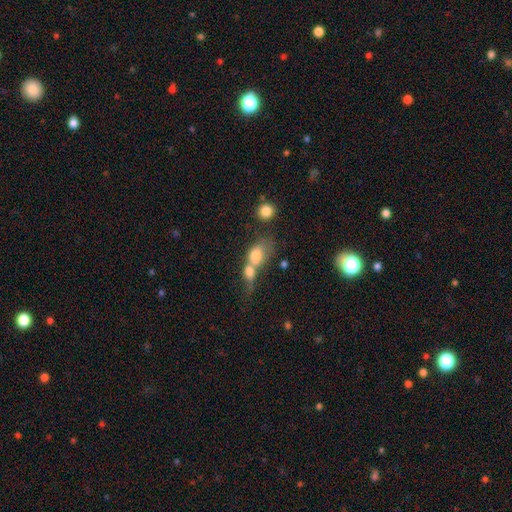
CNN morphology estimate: This is likely a smooth galaxy (68%). How rounded: likely in between (68%). Merging: likely merger (73%).